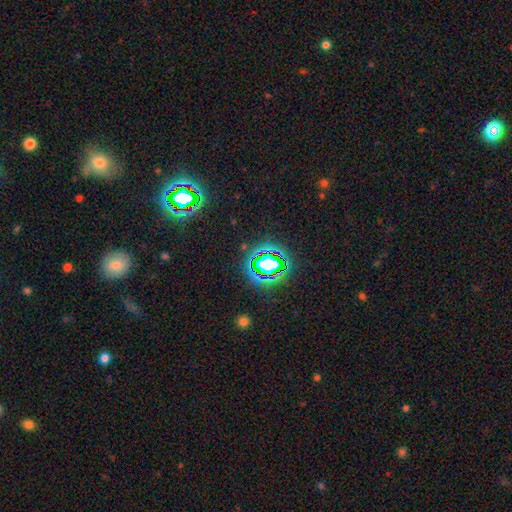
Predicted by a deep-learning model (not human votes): This is likely a star or artifact rather than a galaxy (79%).